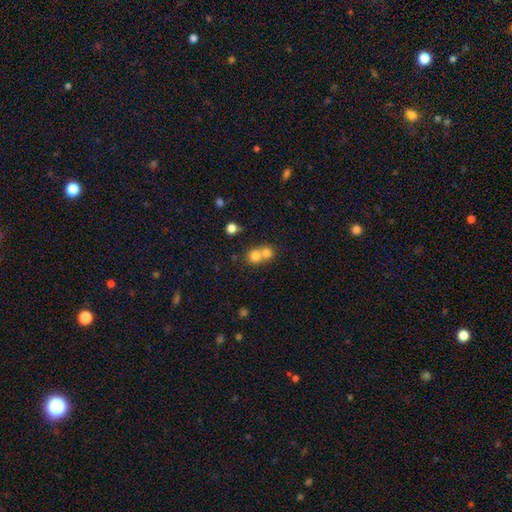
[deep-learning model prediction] This is likely a smooth galaxy (75%). How rounded: clearly round (82%). Merging: likely merger (62%).